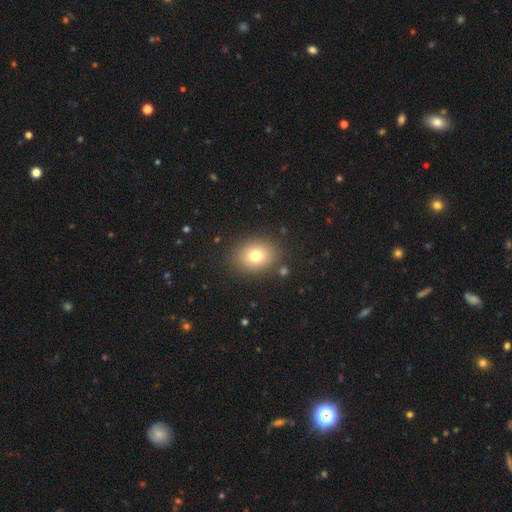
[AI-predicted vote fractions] This appears to be a smooth galaxy with no disk features (77%) that is in between round and cigar-shaped (52%). Merging: none (85%).